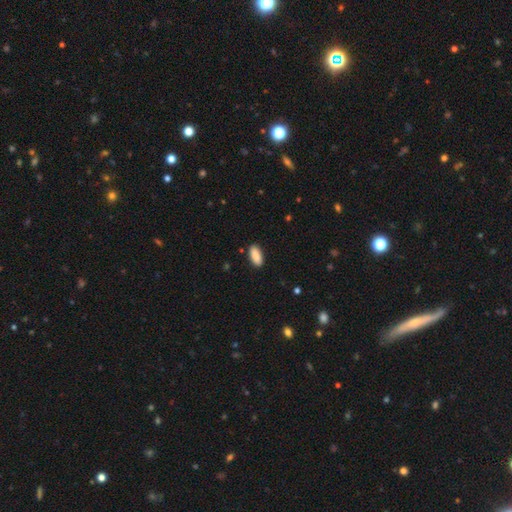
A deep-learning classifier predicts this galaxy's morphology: Smooth or featured: smooth — 89% (star or artifact — 6%)
How rounded: in between — 85% (cigar-shaped — 13%)
Merging: none — 88% (minor disturbance — 9%)